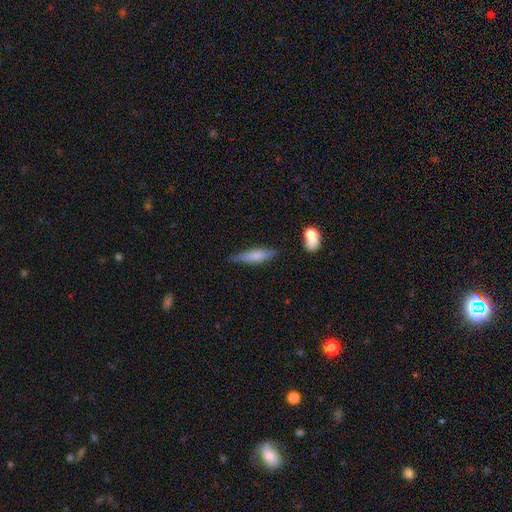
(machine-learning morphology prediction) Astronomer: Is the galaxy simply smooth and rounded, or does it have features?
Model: smooth — 61%.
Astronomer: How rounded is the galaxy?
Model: cigar-shaped — 77%.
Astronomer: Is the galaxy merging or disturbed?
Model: none — 73%.